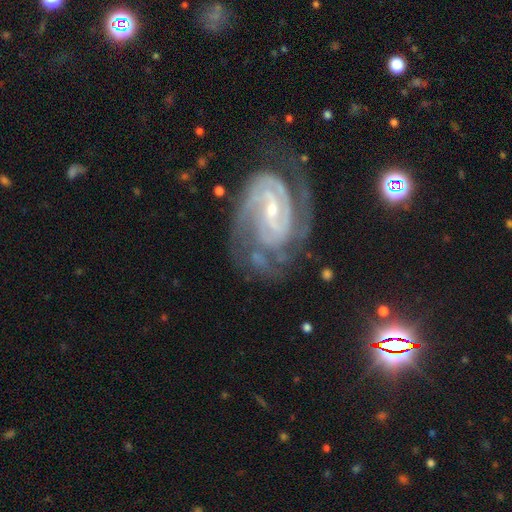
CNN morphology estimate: Overall: featured or disk (90%). Edge-on disk: no (97%). Bar: weak (45%; strong 35%). Spiral arms: yes (98%). Spiral arm count: 2 (57%; 3 18%). Spiral winding: tight (61%; medium 34%). Bulge size: small (71%). Merging: none (61%; minor disturbance 21%).